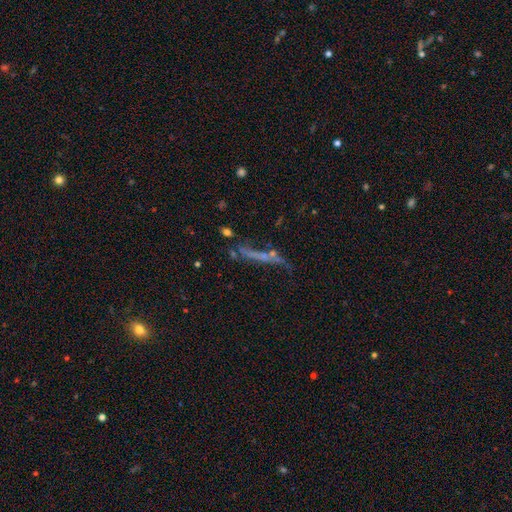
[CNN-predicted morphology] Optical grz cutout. It shows a featured or disk galaxy (46%). Merging: none (55%).